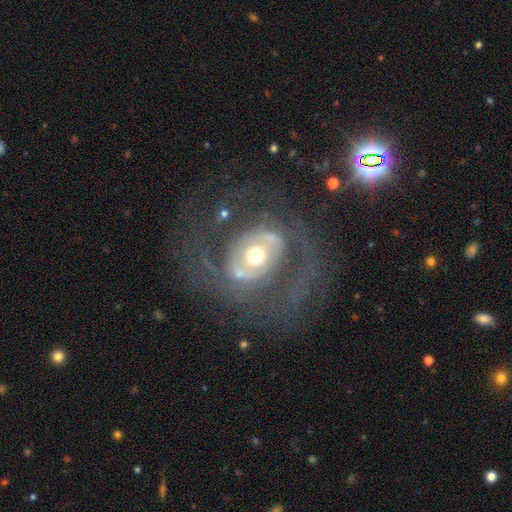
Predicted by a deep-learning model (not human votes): This appears to be a featured or disk galaxy (81%) with no bar (54%), 2 (73%) medium (46%) spiral arms (76%) and a moderate central bulge (67%). Merging: none (65%).